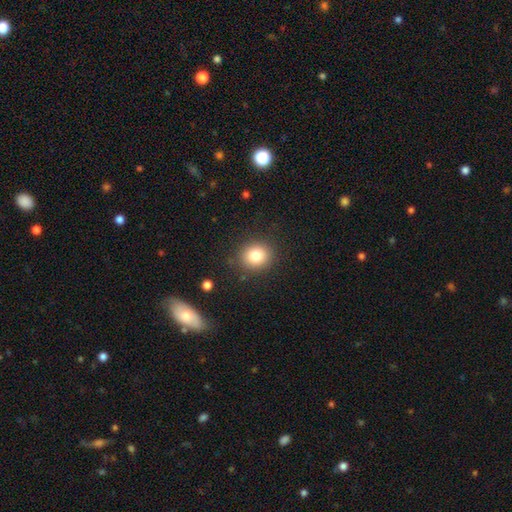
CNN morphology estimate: This appears to be a smooth galaxy with no disk features (80%) that is round (81%). Merging: none (88%).